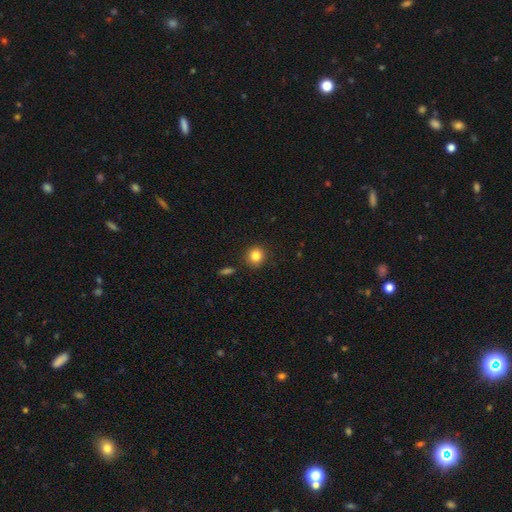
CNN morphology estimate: Smooth or featured?
  - smooth: 84% *
  - star or artifact: 11%
  - featured or disk: 5%
How rounded?
  - round: 91% *
  - in between: 8%
  - cigar-shaped: 1%
Merging?
  - none: 89% *
  - minor disturbance: 7%
  - merger: 2%
  - major disturbance: 2%